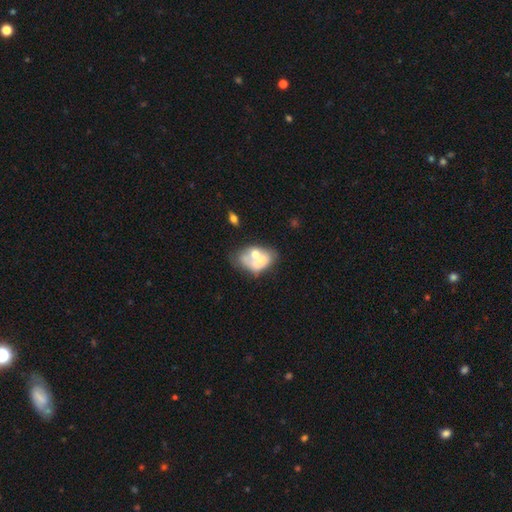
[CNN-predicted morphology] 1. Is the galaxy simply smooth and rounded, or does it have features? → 50% smooth, 42% featured or disk, 9% star or artifact.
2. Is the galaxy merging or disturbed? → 55% merger, 20% none, 13% minor disturbance, 12% major disturbance.